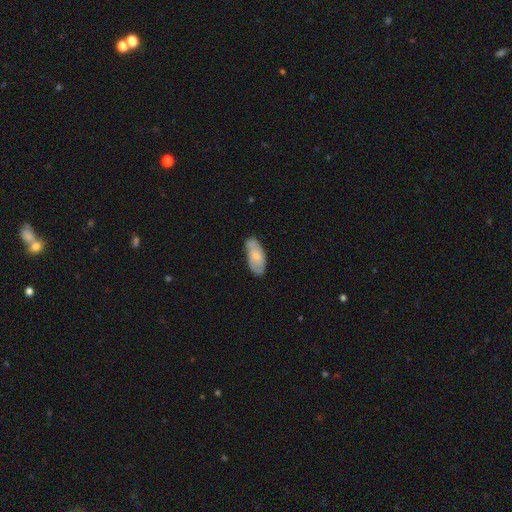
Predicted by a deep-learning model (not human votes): Q: Smooth or featured?
A: smooth (62%); runner-up: featured or disk (32%)
Q: How rounded?
A: in between (89%); runner-up: cigar-shaped (9%)
Q: Merging?
A: none (69%); runner-up: minor disturbance (24%)